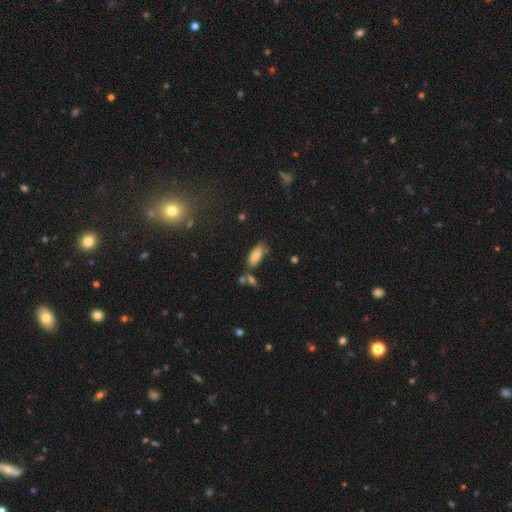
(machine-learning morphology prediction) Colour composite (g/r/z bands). It shows a smooth galaxy with no disk features (77%) that is in between round and cigar-shaped (81%). Merging: none (66%).